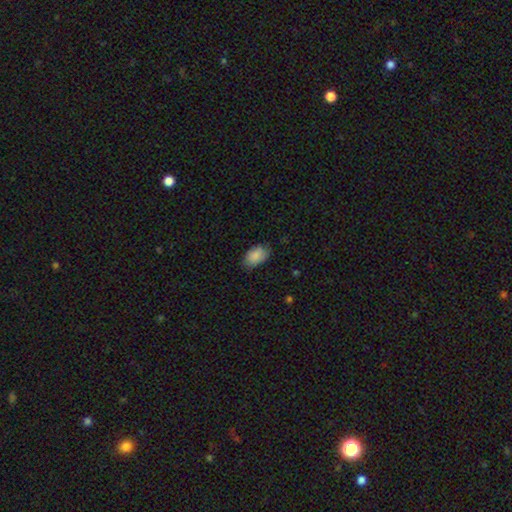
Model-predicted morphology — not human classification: Q: Smooth or featured?
A: smooth (87%); runner-up: star or artifact (7%)
Q: How rounded?
A: in between (91%); runner-up: round (8%)
Q: Merging?
A: none (73%); runner-up: minor disturbance (22%)